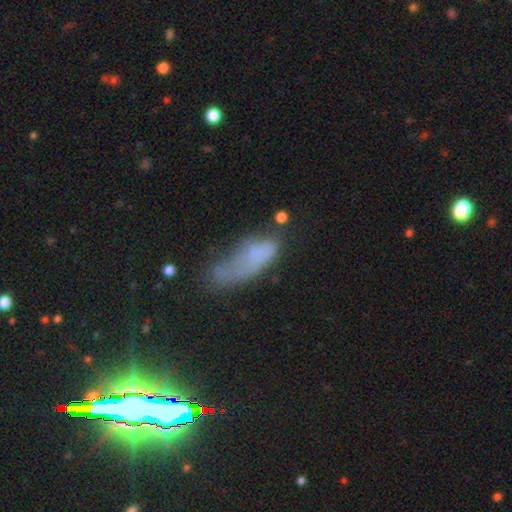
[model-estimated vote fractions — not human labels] Q: Smooth or featured?
A: smooth (59%); runner-up: featured or disk (27%)
Q: How rounded?
A: in between (72%); runner-up: cigar-shaped (24%)
Q: Merging?
A: major disturbance (38%); runner-up: minor disturbance (26%)